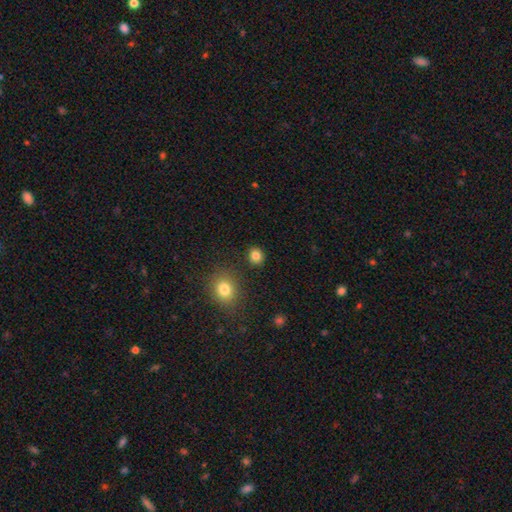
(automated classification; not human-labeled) Smooth or featured? Predicted: smooth (p=0.83). How rounded? Predicted: round (p=0.79). Merging? Predicted: none (p=0.88).